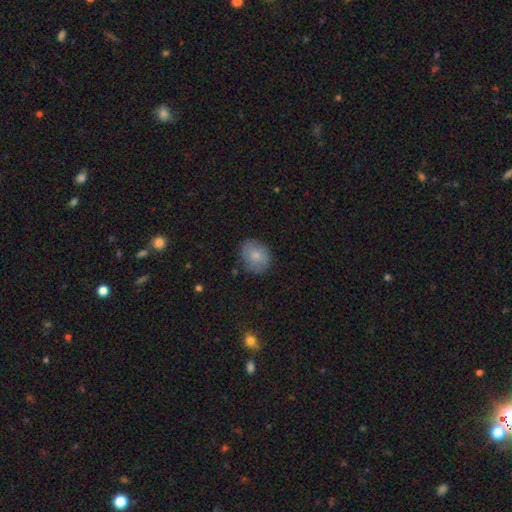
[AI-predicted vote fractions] Smooth or featured? smooth (80%)
How rounded? round (55%)
Merging? none (81%)